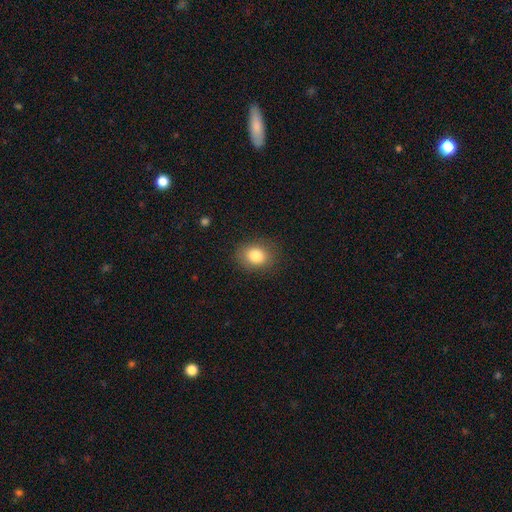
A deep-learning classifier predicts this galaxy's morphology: This appears to be a smooth galaxy with no disk features (82%) that is round (52%). Merging: none (86%).